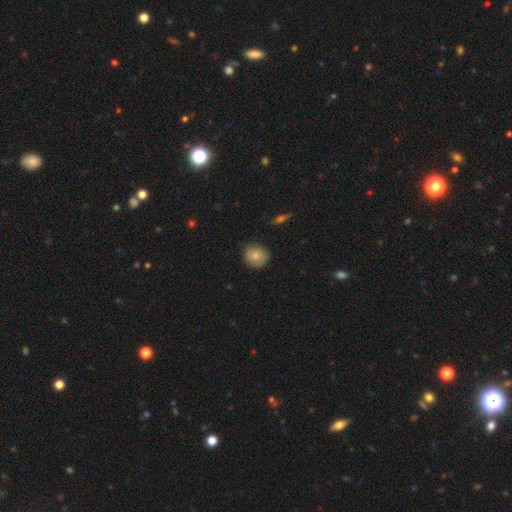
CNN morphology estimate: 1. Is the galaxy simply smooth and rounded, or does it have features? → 79% smooth, 14% featured or disk, 7% star or artifact.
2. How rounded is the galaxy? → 88% round, 11% in between, 1% cigar-shaped.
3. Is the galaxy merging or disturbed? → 84% none, 13% minor disturbance, 2% major disturbance, 1% merger.